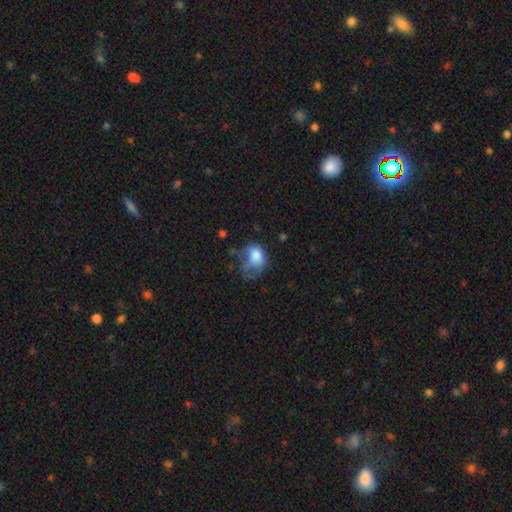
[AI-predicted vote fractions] smooth_or_featured: smooth (p=0.69) [alt: featured or disk p=0.21]
how_rounded: in between (p=0.65) [alt: round p=0.34]
merging: major disturbance (p=0.47) [alt: minor disturbance p=0.26]